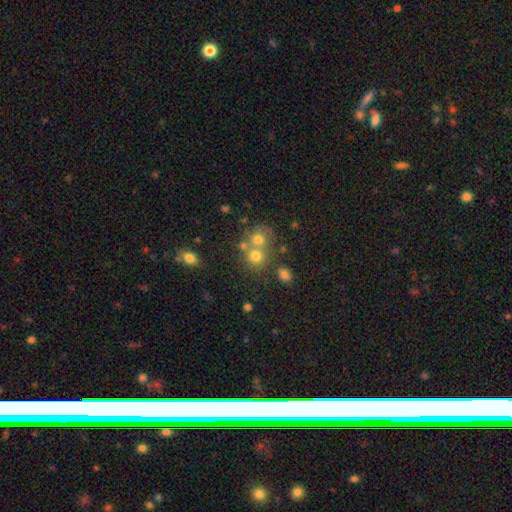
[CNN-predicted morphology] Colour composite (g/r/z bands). It shows a smooth galaxy with no disk features (69%) that is round (81%). Merging: merger (45%).